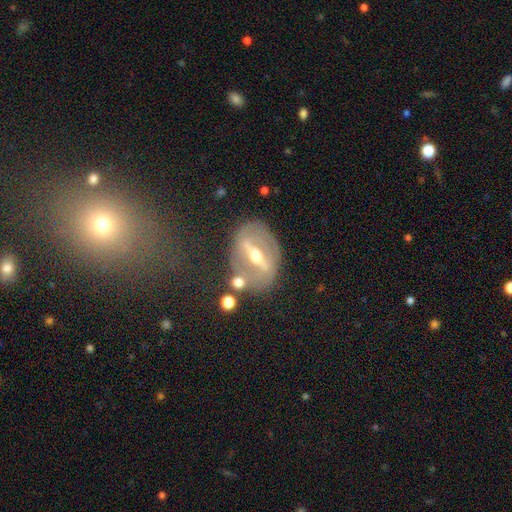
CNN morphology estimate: Overall: featured or disk (80%). Edge-on disk: no (79%). Bar: strong (75%). Spiral arms: no (55%; yes 45%). Bulge size: moderate (71%). Merging: none (69%).